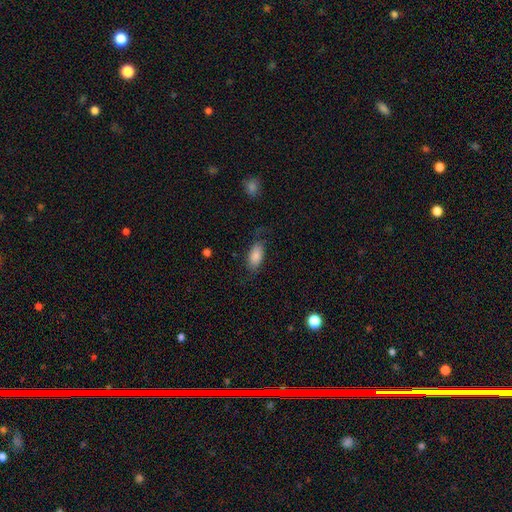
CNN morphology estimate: Smooth or featured: smooth — 81% (featured or disk — 12%)
How rounded: in between — 91% (cigar-shaped — 6%)
Merging: none — 66% (minor disturbance — 22%)